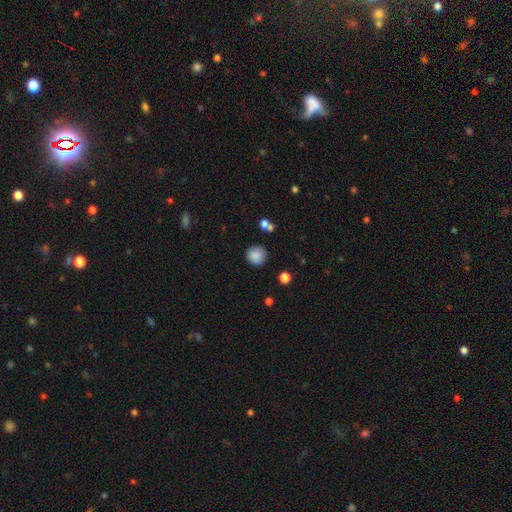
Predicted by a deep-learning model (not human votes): Smooth or featured? Predicted: smooth (p=0.87). How rounded? Predicted: round (p=0.93). Merging? Predicted: none (p=0.84).